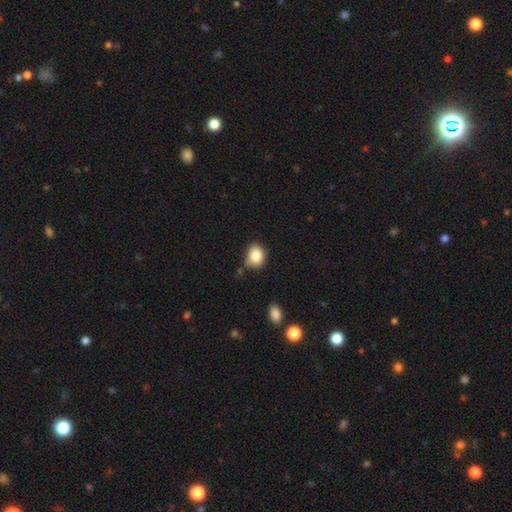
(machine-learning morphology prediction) Smooth or featured? Predicted: smooth (p=0.84). How rounded? Predicted: round (p=0.53). Merging? Predicted: none (p=0.71).